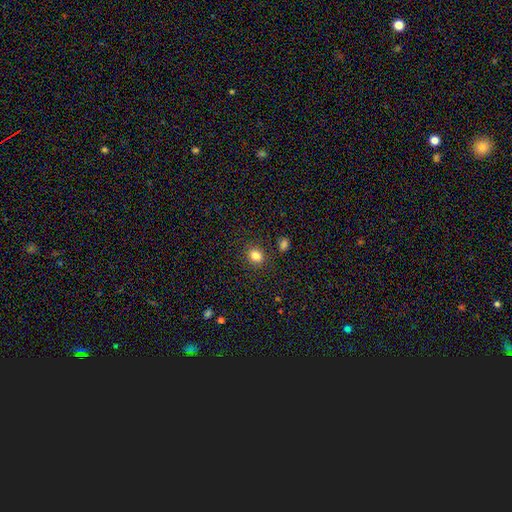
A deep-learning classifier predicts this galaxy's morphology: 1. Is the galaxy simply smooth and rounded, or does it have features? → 83% smooth, 12% star or artifact, 5% featured or disk.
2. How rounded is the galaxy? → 61% round, 38% in between, 1% cigar-shaped.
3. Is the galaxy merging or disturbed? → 86% none, 8% minor disturbance, 3% merger, 3% major disturbance.